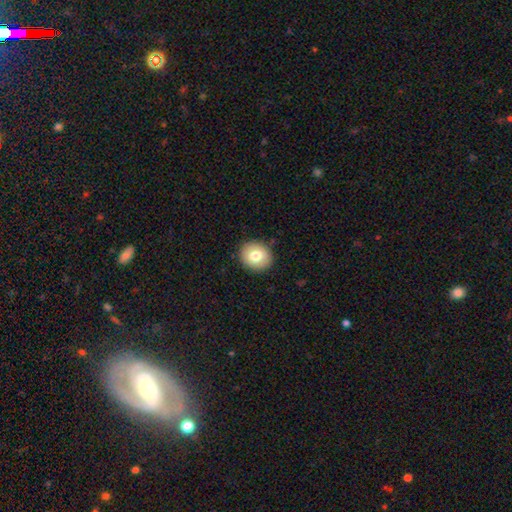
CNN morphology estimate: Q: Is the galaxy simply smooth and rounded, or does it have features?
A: smooth — 76%.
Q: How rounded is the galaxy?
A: round — 77%.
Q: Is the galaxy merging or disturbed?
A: none — 90%.